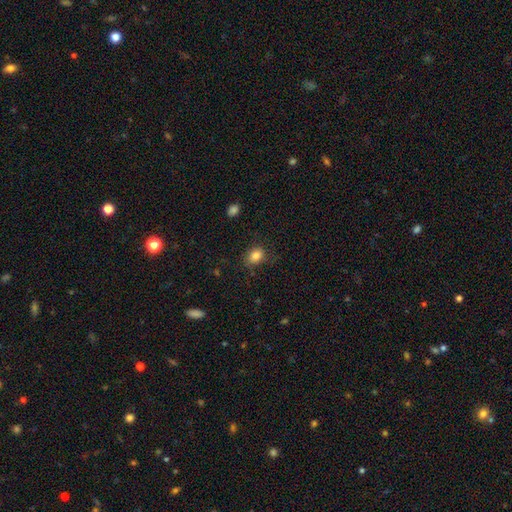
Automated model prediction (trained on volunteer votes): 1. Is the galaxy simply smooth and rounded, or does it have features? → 84% smooth, 10% star or artifact, 6% featured or disk.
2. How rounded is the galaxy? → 66% in between, 33% round, 1% cigar-shaped.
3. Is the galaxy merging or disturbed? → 76% none, 18% minor disturbance, 5% major disturbance, 2% merger.